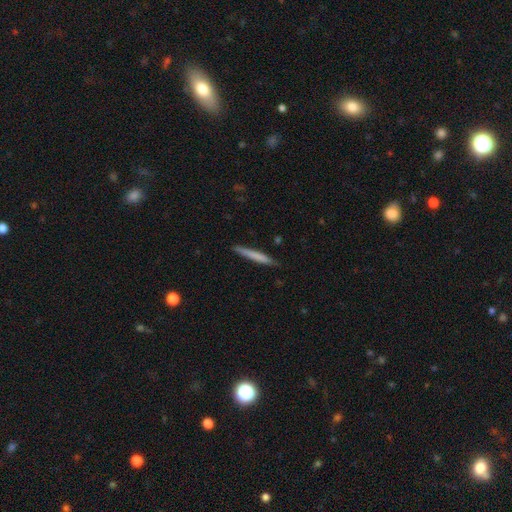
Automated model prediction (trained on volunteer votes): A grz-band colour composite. It shows a smooth galaxy with no disk features (70%) that is cigar-shaped (96%). Merging: none (86%).